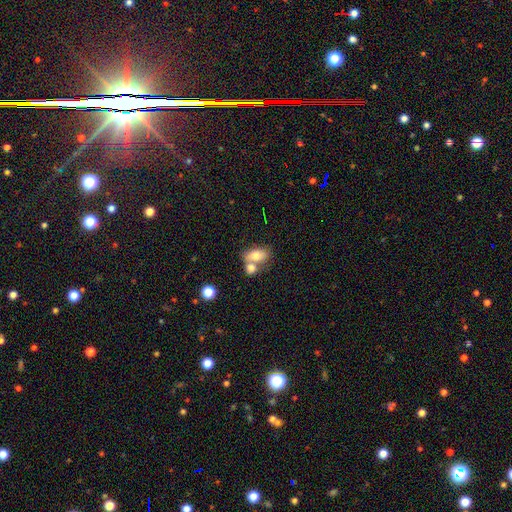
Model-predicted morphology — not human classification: smooth-or-featured: smooth: 75% | featured or disk: 17% | star or artifact: 8%
  how-rounded: in between: 84% | round: 11% | cigar-shaped: 5%
  merging: merger: 50% | none: 35% | minor disturbance: 10% | major disturbance: 5%